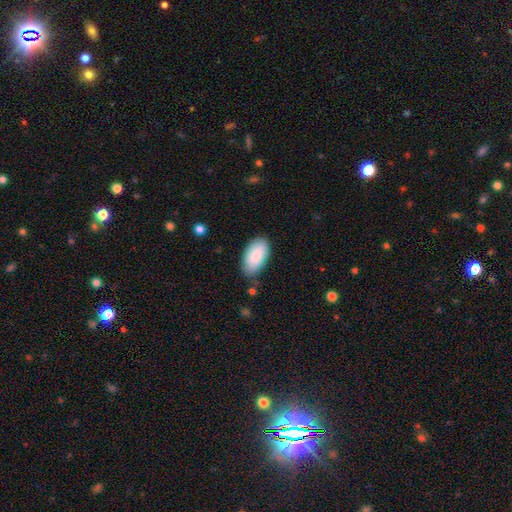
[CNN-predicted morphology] type=smooth (85%); roundness=in between (95%); merging=none (75%).